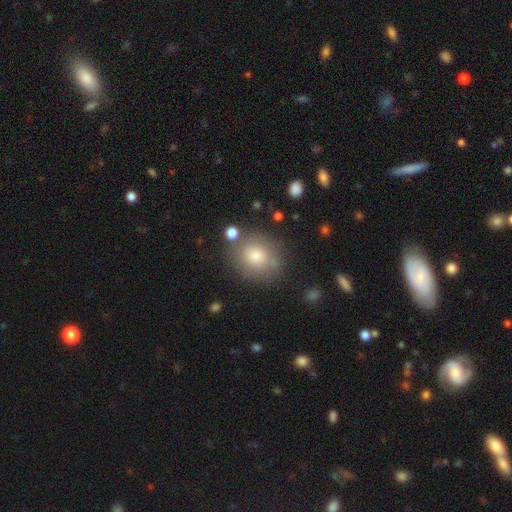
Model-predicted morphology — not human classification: The model was most divided on "how rounded": round: 77%, in between: 22%, cigar-shaped: 1%. More confident: smooth or featured — smooth (76%); merging — none (75%).